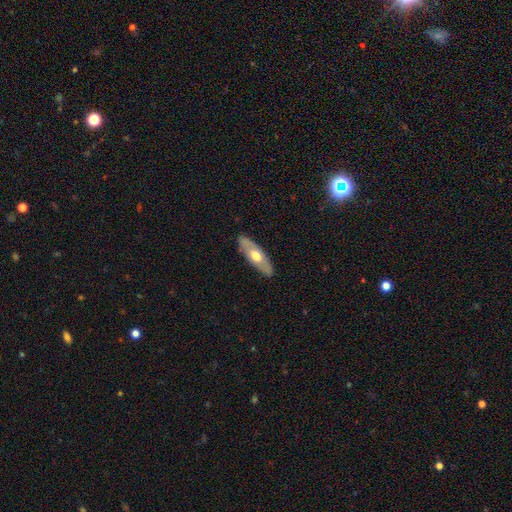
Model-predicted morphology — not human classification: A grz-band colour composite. It shows a smooth galaxy with no disk features (49%). Merging: none (87%).